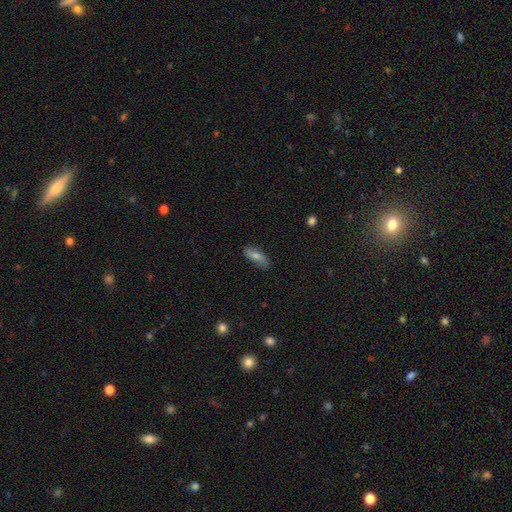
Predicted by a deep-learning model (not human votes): The model was most divided on "how rounded": in between: 61%, cigar-shaped: 35%, round: 4%. More confident: merging — none (81%); smooth or featured — smooth (61%).